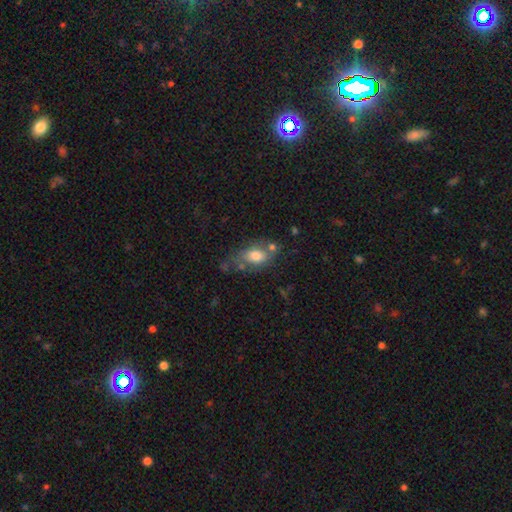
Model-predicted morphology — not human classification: A smooth galaxy with no disk features (72%) that is in between round and cigar-shaped (84%). Merging: none (47%).